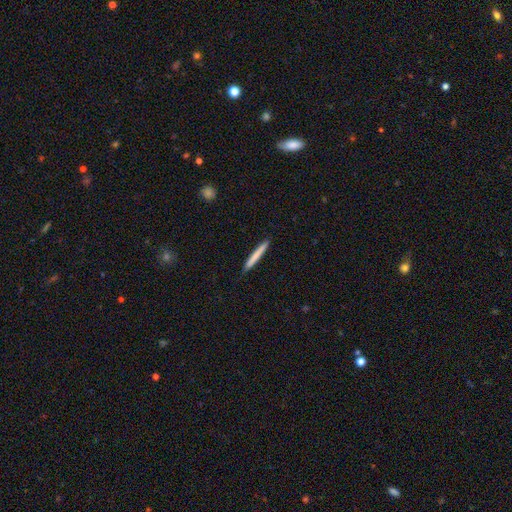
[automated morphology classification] smooth 74%, featured or disk 20%, star or artifact 5%. Down the decision tree: how rounded — cigar-shaped (97%); merging — none (90%).